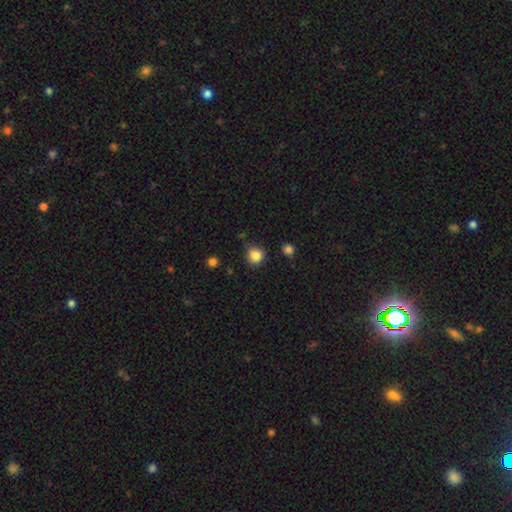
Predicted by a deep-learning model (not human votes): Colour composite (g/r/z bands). It shows a smooth galaxy with no disk features (85%) that is round (89%). Merging: none (76%).